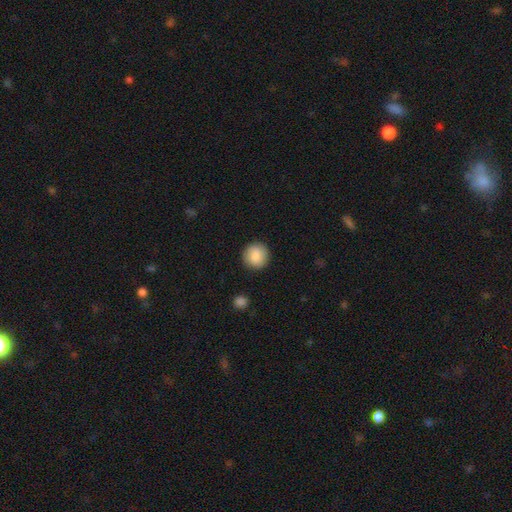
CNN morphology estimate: Smooth or featured? Predicted: smooth (p=0.84). How rounded? Predicted: round (p=0.91). Merging? Predicted: none (p=0.89).